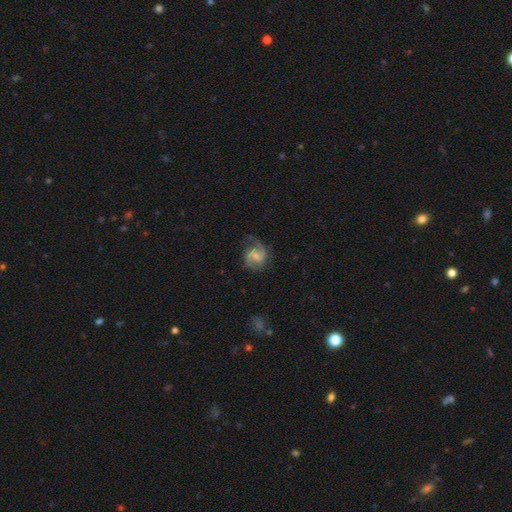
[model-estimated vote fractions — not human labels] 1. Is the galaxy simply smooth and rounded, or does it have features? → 74% featured or disk, 19% smooth, 7% star or artifact.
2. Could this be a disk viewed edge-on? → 98% no, 2% yes.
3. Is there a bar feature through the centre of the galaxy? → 54% weak, 30% no, 16% strong.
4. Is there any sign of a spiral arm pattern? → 94% yes, 6% no.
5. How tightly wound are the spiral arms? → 49% medium, 34% loose, 16% tight.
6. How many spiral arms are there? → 82% 2, 8% 1, 6% can't tell, 2% 3, 1% 4, 1% more than 4.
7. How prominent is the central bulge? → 41% small, 32% moderate, 21% none, 5% large, 1% dominant.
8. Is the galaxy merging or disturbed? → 65% none, 21% minor disturbance, 13% major disturbance, 2% merger.